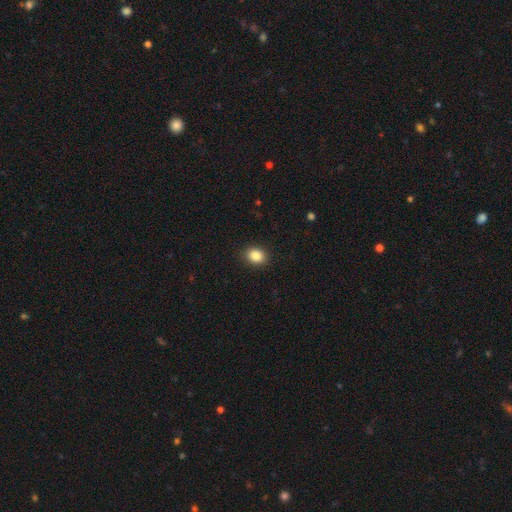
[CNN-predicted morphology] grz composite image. It shows a smooth galaxy with no disk features (87%) that is in between round and cigar-shaped (50%). Merging: none (90%).